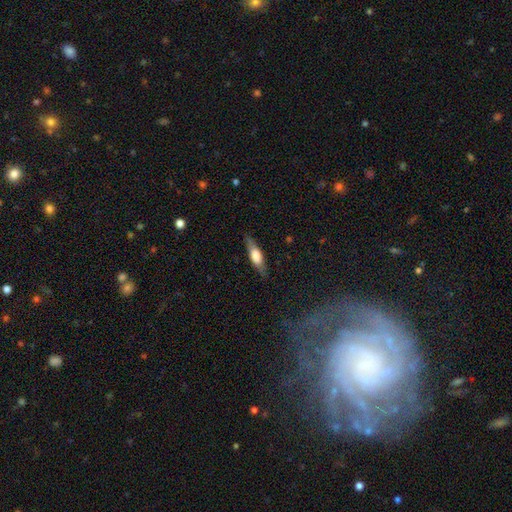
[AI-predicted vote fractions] The model was most divided on "smooth or featured": smooth: 53%, featured or disk: 41%, star or artifact: 6%. More confident: merging — none (82%); how rounded — cigar-shaped (59%).